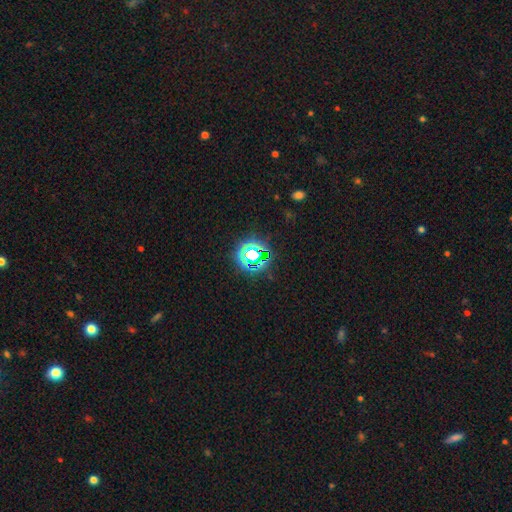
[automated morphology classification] smooth_or_featured: star or artifact (p=0.72) [alt: smooth p=0.18]